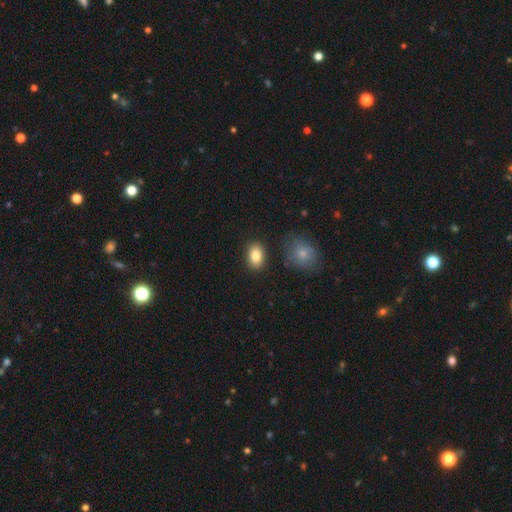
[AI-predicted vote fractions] Smooth or featured? Predicted: smooth (p=0.84). How rounded? Predicted: in between (p=0.82). Merging? Predicted: none (p=0.85).